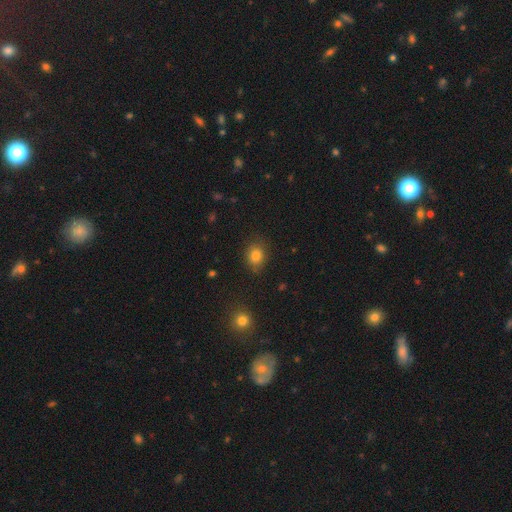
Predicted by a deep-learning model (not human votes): Smooth or featured?
  - smooth: 83% *
  - star or artifact: 11%
  - featured or disk: 6%
How rounded?
  - round: 52% *
  - in between: 47%
  - cigar-shaped: 1%
Merging?
  - none: 81% *
  - minor disturbance: 14%
  - major disturbance: 4%
  - merger: 2%